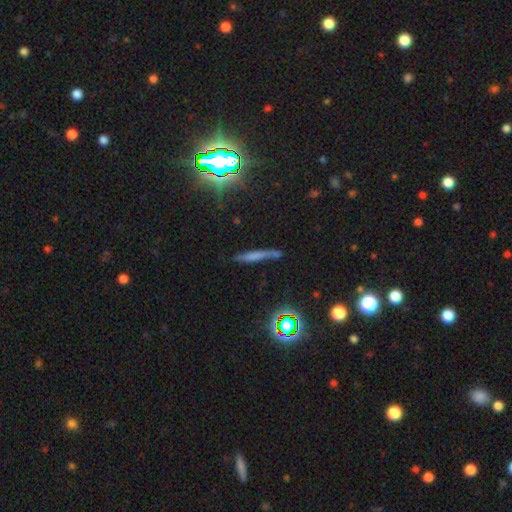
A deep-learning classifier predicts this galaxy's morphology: Smooth or featured?
  - smooth: 46% *
  - featured or disk: 32%
  - star or artifact: 22%
Merging?
  - none: 68% *
  - minor disturbance: 19%
  - merger: 7%
  - major disturbance: 6%